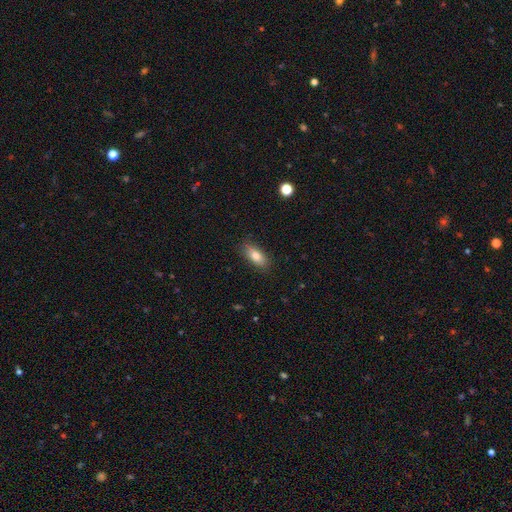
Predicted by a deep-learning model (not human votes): This is clearly a smooth galaxy (82%). How rounded: clearly in between (82%). Merging: clearly none (84%).